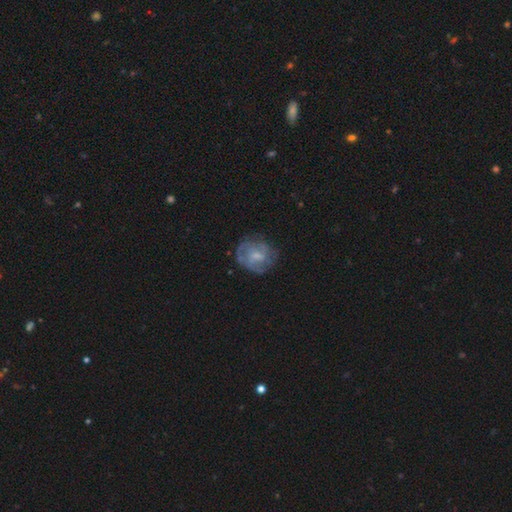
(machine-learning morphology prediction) This is possibly a featured or disk galaxy (58%). It is clearly not viewed edge-on (97%). Bar: possibly no (50%). Spiral arm pattern: likely yes (68%). Central bulge: marginally small (42%). Merging: likely none (66%).